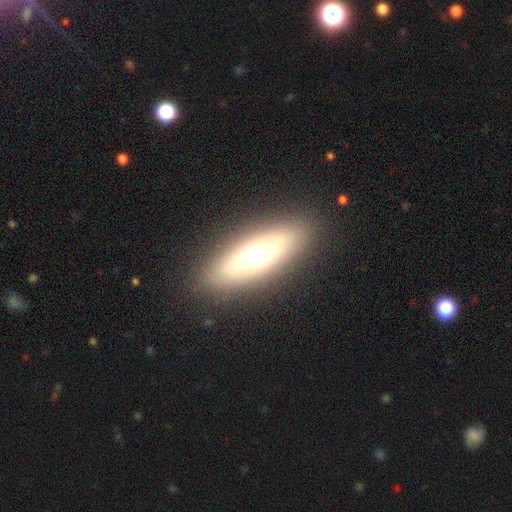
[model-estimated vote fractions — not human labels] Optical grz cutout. It shows a featured or disk galaxy (48%). Merging: none (87%).